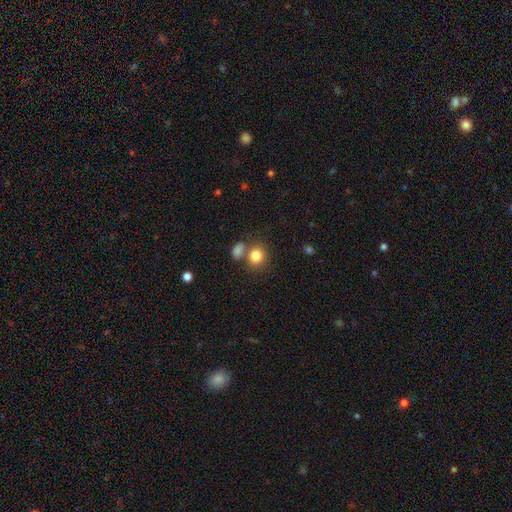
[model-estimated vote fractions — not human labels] Q: Smooth or featured?
A: smooth (83%); runner-up: star or artifact (10%)
Q: How rounded?
A: round (74%); runner-up: in between (25%)
Q: Merging?
A: none (58%); runner-up: merger (27%)